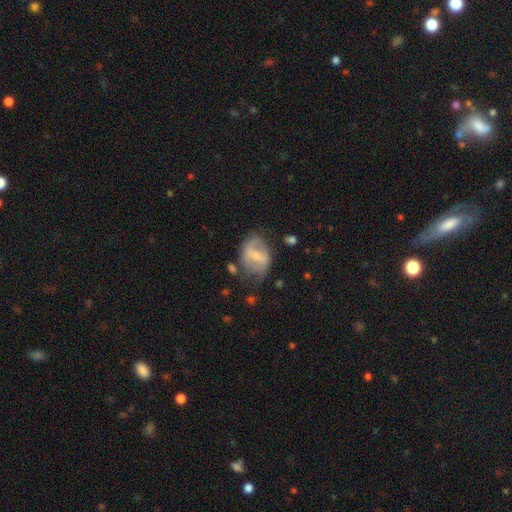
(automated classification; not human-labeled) This appears to be a featured or disk galaxy (58%) with a weak bar (42%), spiral arms (57%) and a small central bulge (44%). Merging: none (47%).